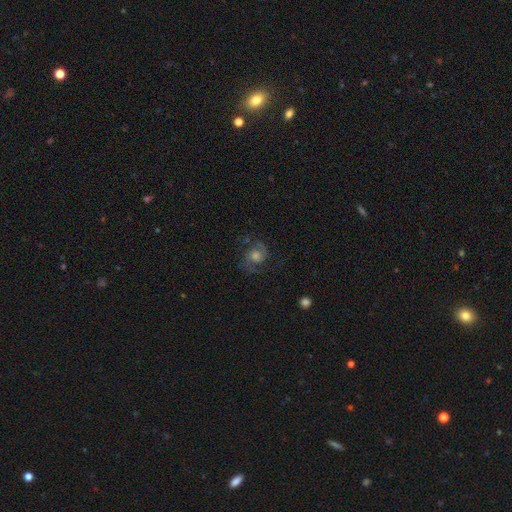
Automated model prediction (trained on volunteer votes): Smooth or featured?
  - featured or disk: 78% *
  - star or artifact: 11%
  - smooth: 11%
Edge-on disk?
  - no: 98% *
  - yes: 2%
Bar?
  - no: 64% *
  - weak: 30%
  - strong: 6%
Spiral arms?
  - yes: 96% *
  - no: 4%
Spiral winding?
  - medium: 56% *
  - tight: 24%
  - loose: 20%
Spiral arm count?
  - 2: 88% *
  - can't tell: 5%
  - 3: 3%
  - 1: 2%
  - 4: 1%
  - more than 4: 1%
Bulge size?
  - moderate: 53% *
  - small: 25%
  - large: 15%
  - none: 5%
  - dominant: 2%
Merging?
  - none: 76% *
  - minor disturbance: 14%
  - major disturbance: 9%
  - merger: 1%